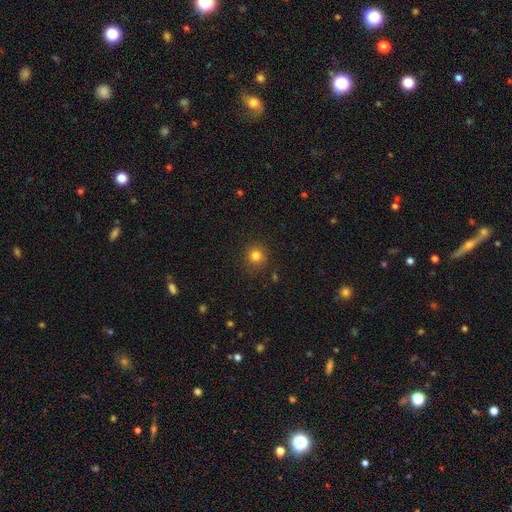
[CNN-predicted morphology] Smooth or featured: smooth — 81% (star or artifact — 14%)
How rounded: round — 92% (in between — 7%)
Merging: none — 88% (minor disturbance — 8%)